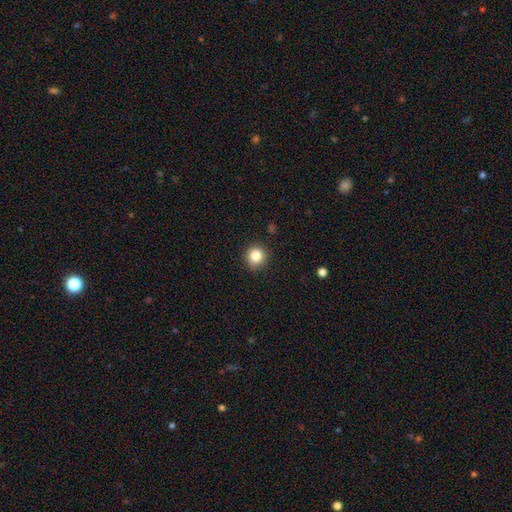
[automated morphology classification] smooth 84%, star or artifact 10%, featured or disk 5%. Down the decision tree: how rounded — round (92%); merging — none (90%).